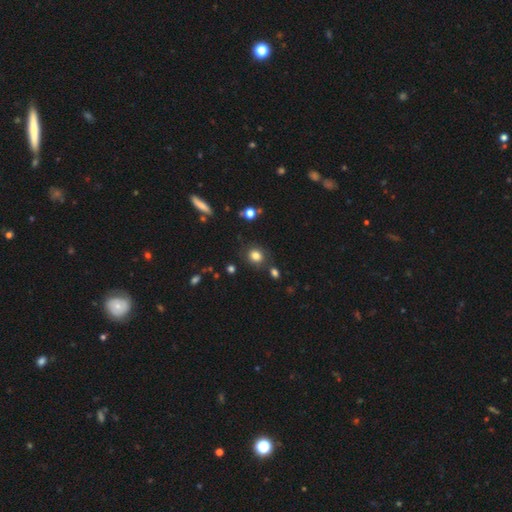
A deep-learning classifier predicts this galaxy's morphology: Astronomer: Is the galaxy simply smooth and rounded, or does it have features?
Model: smooth — 81%.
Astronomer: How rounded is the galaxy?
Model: round — 74%.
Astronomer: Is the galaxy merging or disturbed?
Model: none — 79%.